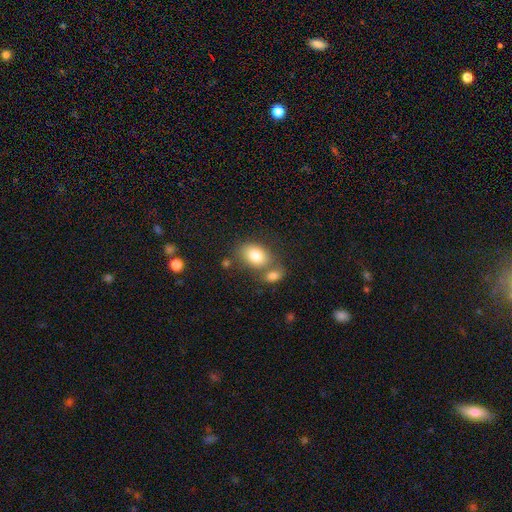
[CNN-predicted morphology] A smooth galaxy with no disk features (82%) that is in between round and cigar-shaped (81%). Merging: none (50%).